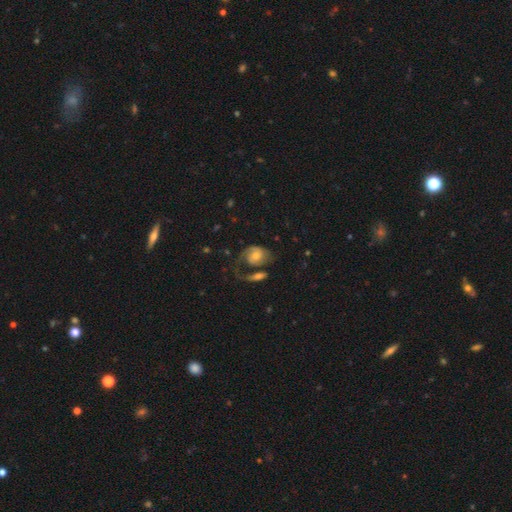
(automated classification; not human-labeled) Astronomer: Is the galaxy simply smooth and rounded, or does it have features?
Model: featured or disk — 63%.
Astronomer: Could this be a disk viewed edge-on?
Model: no — 97%.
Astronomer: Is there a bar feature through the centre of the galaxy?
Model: no — 69%.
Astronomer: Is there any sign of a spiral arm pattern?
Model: yes — 85%.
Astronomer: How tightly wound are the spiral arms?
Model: medium — 38% (runner-up: loose, 37%).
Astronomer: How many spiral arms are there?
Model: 1 — 51% (runner-up: 2, 37%).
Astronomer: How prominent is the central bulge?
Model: moderate — 50% (runner-up: small, 32%).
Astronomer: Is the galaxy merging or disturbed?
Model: major disturbance — 36% (runner-up: none, 29%).